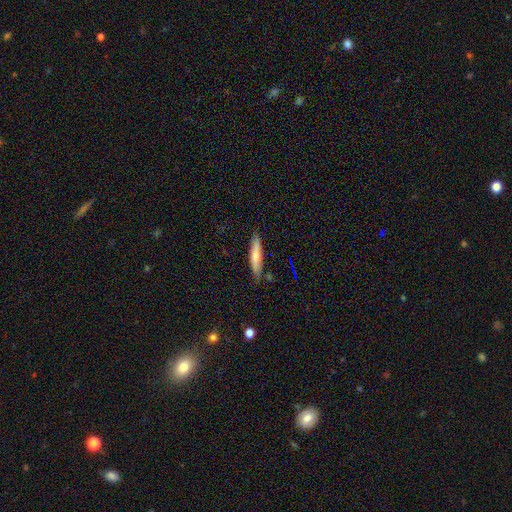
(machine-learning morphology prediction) A smooth galaxy with no disk features (65%) that is cigar-shaped (85%).

Vote fractions:
- Smooth or featured? smooth: 65% / featured or disk: 29% / star or artifact: 6%
- How rounded? cigar-shaped: 85% / in between: 14% / round: 2%
- Merging? none: 84% / minor disturbance: 12% / major disturbance: 2% / merger: 2%